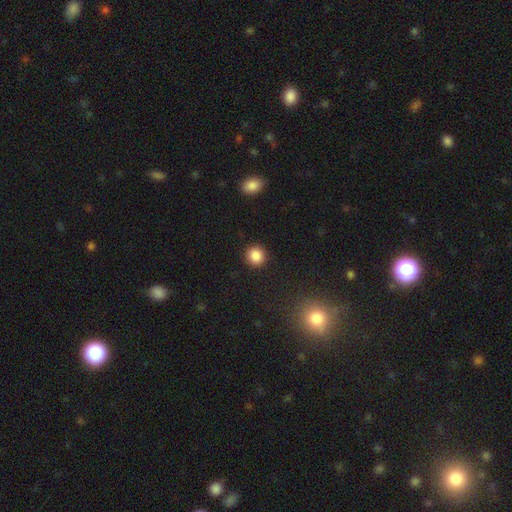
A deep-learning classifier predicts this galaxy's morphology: This is clearly a smooth galaxy (87%). How rounded: clearly round (91%). Merging: clearly none (91%).